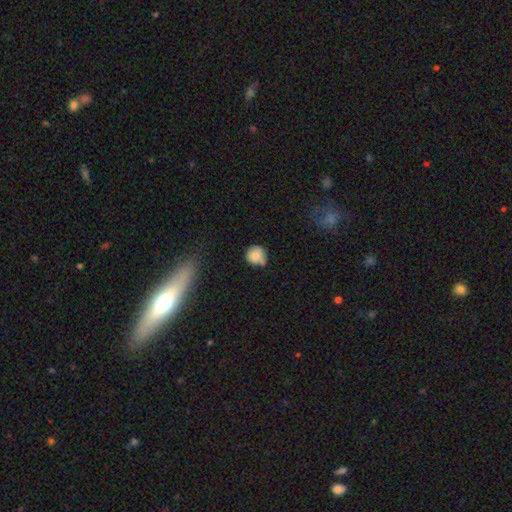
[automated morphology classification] A smooth galaxy with no disk features (82%) that is round (89%). Merging: none (62%).